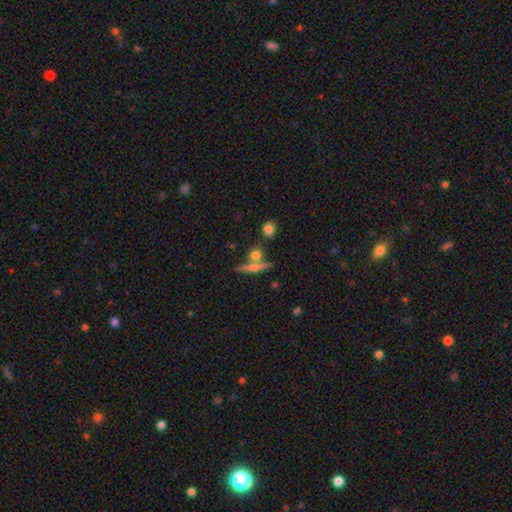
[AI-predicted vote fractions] Smooth or featured?
  - featured or disk: 46% *
  - smooth: 44%
  - star or artifact: 11%
Merging?
  - none: 69% *
  - merger: 19%
  - minor disturbance: 9%
  - major disturbance: 3%